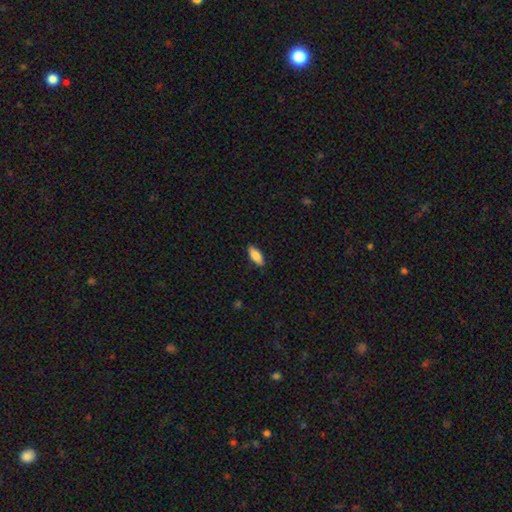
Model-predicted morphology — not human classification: smooth-or-featured: smooth: 83% | featured or disk: 11% | star or artifact: 6%
  how-rounded: in between: 77% | cigar-shaped: 21% | round: 2%
  merging: none: 86% | minor disturbance: 11% | major disturbance: 2% | merger: 1%